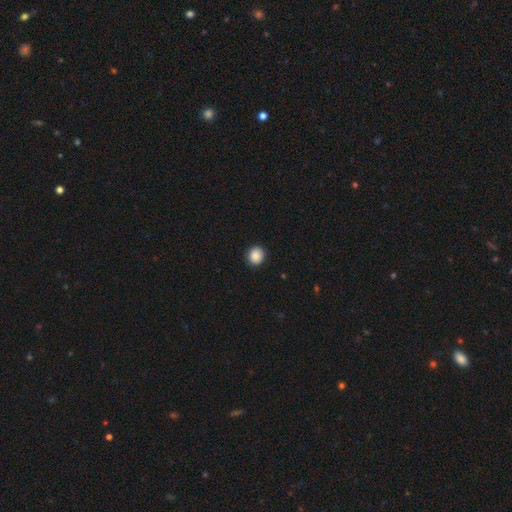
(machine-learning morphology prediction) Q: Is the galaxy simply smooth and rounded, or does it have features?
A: smooth — 88%.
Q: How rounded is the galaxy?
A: round — 84%.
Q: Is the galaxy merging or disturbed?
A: none — 91%.